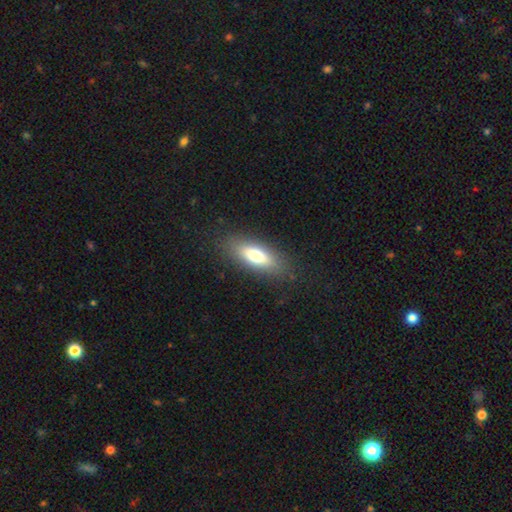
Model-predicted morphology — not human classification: A smooth galaxy with no disk features (70%) that is in between round and cigar-shaped (67%).

Vote fractions:
- Smooth or featured? smooth: 70% / featured or disk: 22% / star or artifact: 8%
- How rounded? in between: 67% / cigar-shaped: 29% / round: 3%
- Merging? none: 85% / minor disturbance: 10% / major disturbance: 4% / merger: 1%